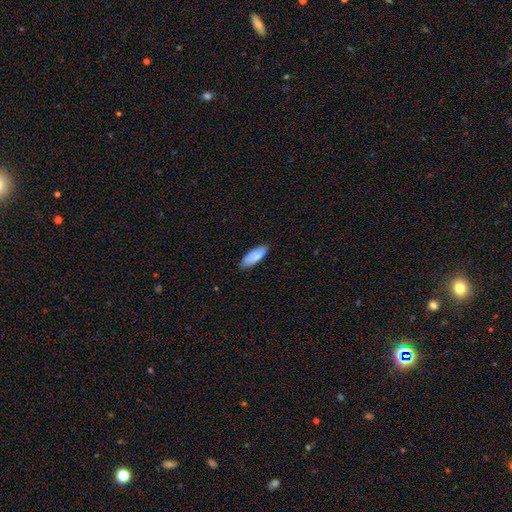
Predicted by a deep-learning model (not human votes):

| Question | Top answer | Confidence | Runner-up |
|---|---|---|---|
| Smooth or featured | smooth | 81% | featured or disk (12%) |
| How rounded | in between | 68% | cigar-shaped (30%) |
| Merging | none | 72% | minor disturbance (20%) |